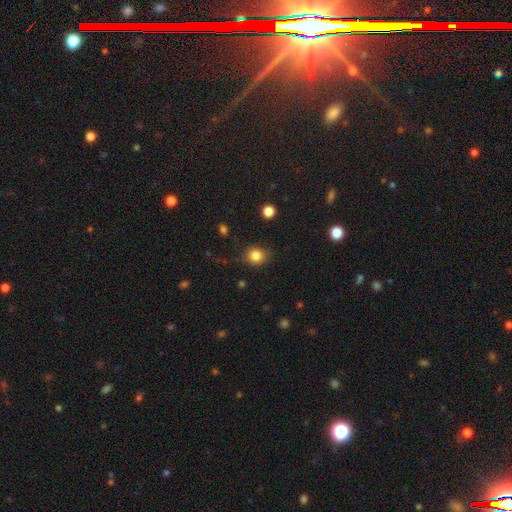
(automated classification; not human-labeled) smooth 83%, star or artifact 12%, featured or disk 6%. Down the decision tree: how rounded — round (77%); merging — none (82%).